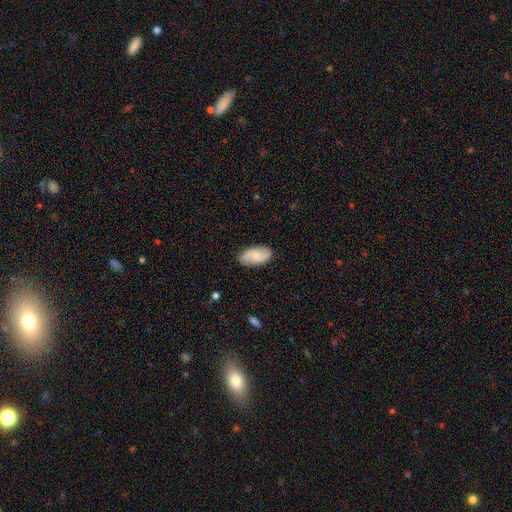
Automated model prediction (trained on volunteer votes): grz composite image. It shows a smooth galaxy with no disk features (51%) that is in between round and cigar-shaped (94%). Merging: none (85%).